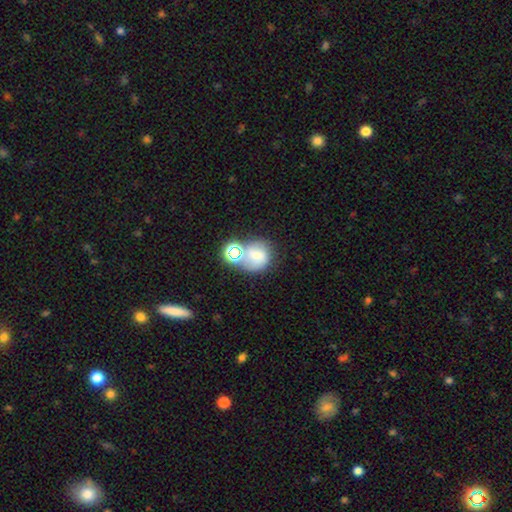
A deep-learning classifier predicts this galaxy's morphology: The model was most divided on "merging": none: 45%, merger: 27%, minor disturbance: 18%, major disturbance: 10%. More confident: how rounded — round (72%); smooth or featured — smooth (56%).